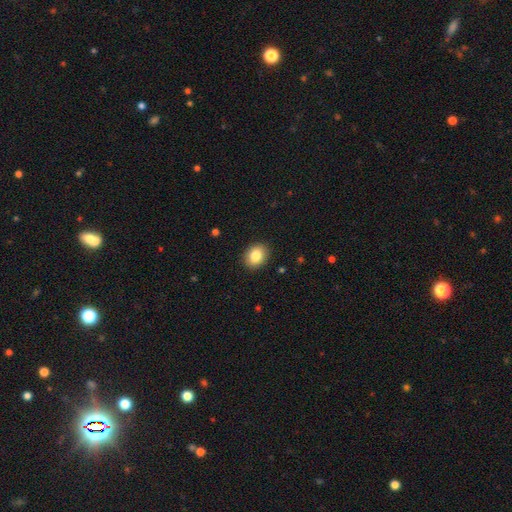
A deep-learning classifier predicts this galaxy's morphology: The model was most divided on "how rounded": in between: 54%, round: 45%, cigar-shaped: 1%. More confident: merging — none (90%); smooth or featured — smooth (84%).